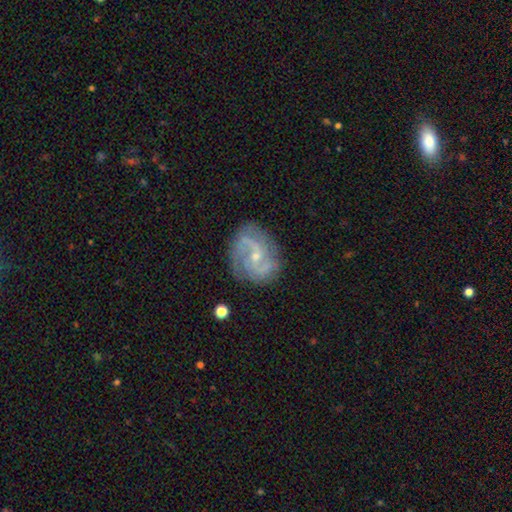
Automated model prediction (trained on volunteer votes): smooth_or_featured: featured or disk (p=0.88) [alt: smooth p=0.07]
disk_edge_on: no (p=0.98) [alt: yes p=0.02]
bar: no (p=0.44) [alt: weak p=0.43]
has_spiral_arms: yes (p=0.97) [alt: no p=0.03]
spiral_winding: medium (p=0.52) [alt: tight p=0.26]
spiral_arm_count: 2 (p=0.72) [alt: 3 p=0.11]
bulge_size: small (p=0.69) [alt: moderate p=0.27]
merging: none (p=0.75) [alt: minor disturbance p=0.17]